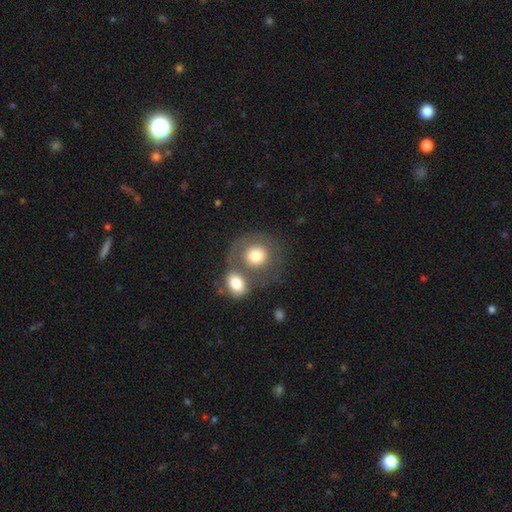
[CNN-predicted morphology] smooth_or_featured: smooth (p=0.70) [alt: featured or disk p=0.23]
how_rounded: round (p=0.80) [alt: in between p=0.19]
merging: merger (p=0.41) [alt: none p=0.39]